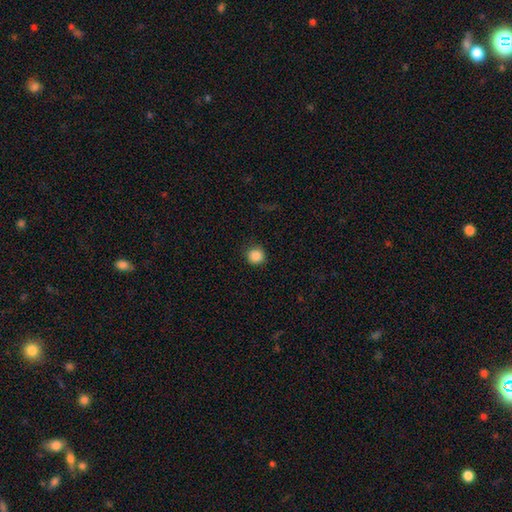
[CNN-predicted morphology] A smooth galaxy with no disk features (87%) that is round (95%).

Vote fractions:
- Smooth or featured? smooth: 87% / star or artifact: 10% / featured or disk: 3%
- How rounded? round: 95% / in between: 4% / cigar-shaped: 1%
- Merging? none: 91% / minor disturbance: 6% / major disturbance: 2% / merger: 1%